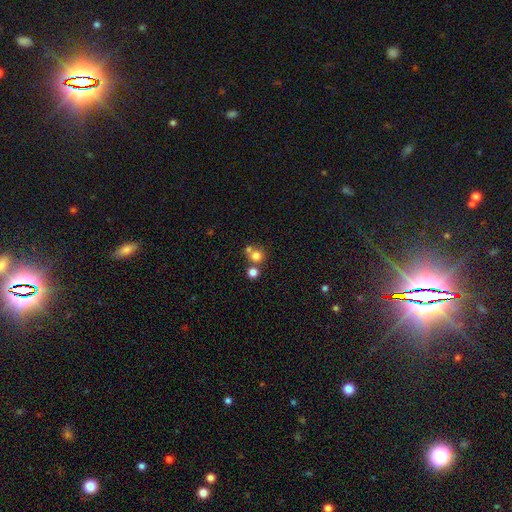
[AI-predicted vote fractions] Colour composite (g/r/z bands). It shows a smooth galaxy with no disk features (75%) that is round (87%). Merging: none (52%).